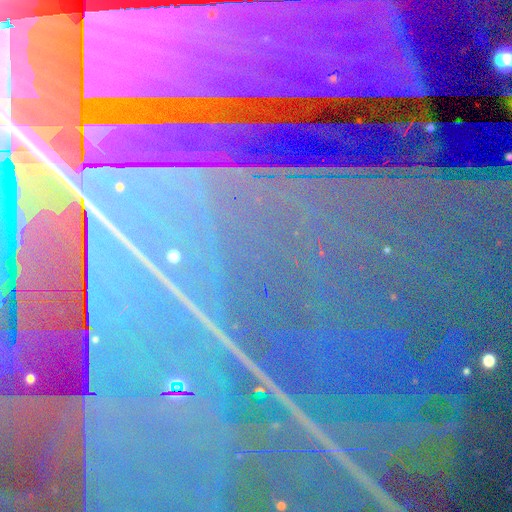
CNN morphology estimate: Q: Smooth or featured?
A: star or artifact (88%); runner-up: featured or disk (7%)